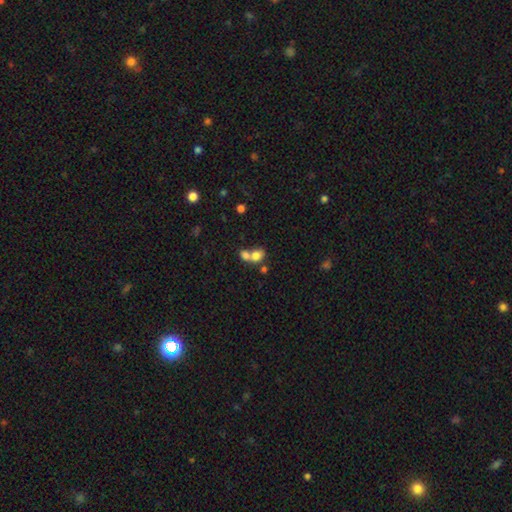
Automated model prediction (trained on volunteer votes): smooth_or_featured: smooth (p=0.75) [alt: featured or disk p=0.15]
how_rounded: in between (p=0.55) [alt: round p=0.44]
merging: merger (p=0.66) [alt: none p=0.24]